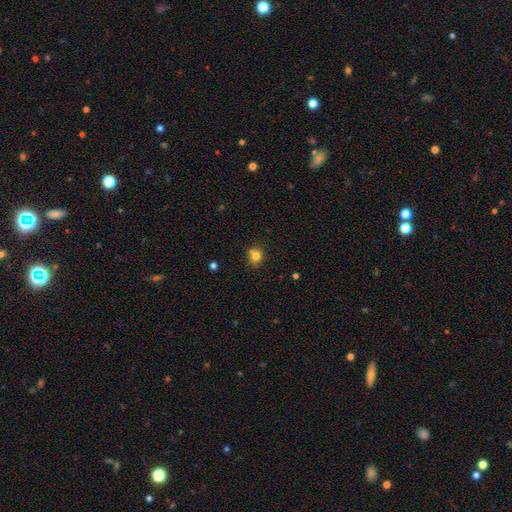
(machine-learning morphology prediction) A smooth galaxy with no disk features (78%) that is round (81%).

Vote fractions:
- Smooth or featured? smooth: 78% / star or artifact: 13% / featured or disk: 9%
- How rounded? round: 81% / in between: 18% / cigar-shaped: 1%
- Merging? none: 66% / merger: 19% / minor disturbance: 12% / major disturbance: 3%